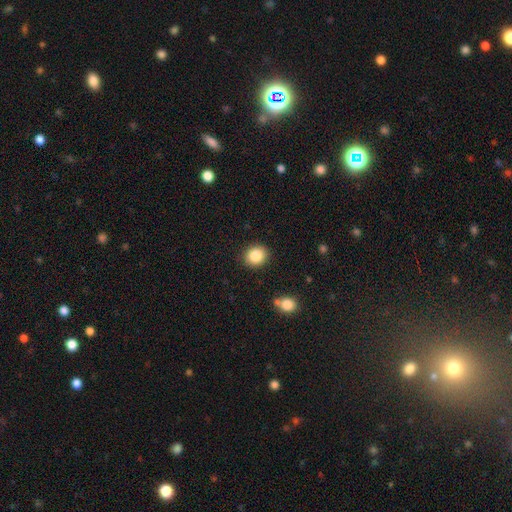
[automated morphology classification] A smooth galaxy with no disk features (85%) that is round (72%).

Vote fractions:
- Smooth or featured? smooth: 85% / star or artifact: 9% / featured or disk: 6%
- How rounded? round: 72% / in between: 28% / cigar-shaped: 1%
- Merging? none: 88% / minor disturbance: 8% / major disturbance: 2% / merger: 2%